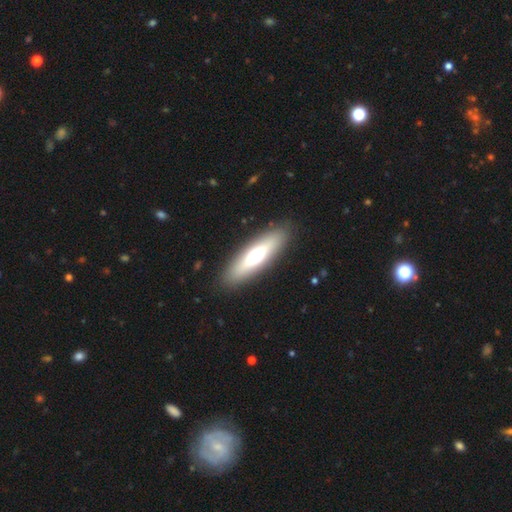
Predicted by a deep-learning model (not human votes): smooth-or-featured: smooth: 53% | featured or disk: 40% | star or artifact: 7%
  how-rounded: cigar-shaped: 59% | in between: 39% | round: 2%
  merging: none: 89% | minor disturbance: 7% | major disturbance: 3% | merger: 1%